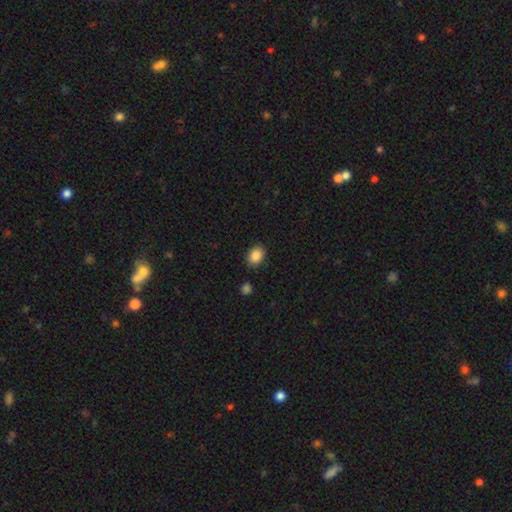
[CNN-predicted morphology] A smooth galaxy with no disk features (88%) that is in between round and cigar-shaped (70%). Merging: none (85%).